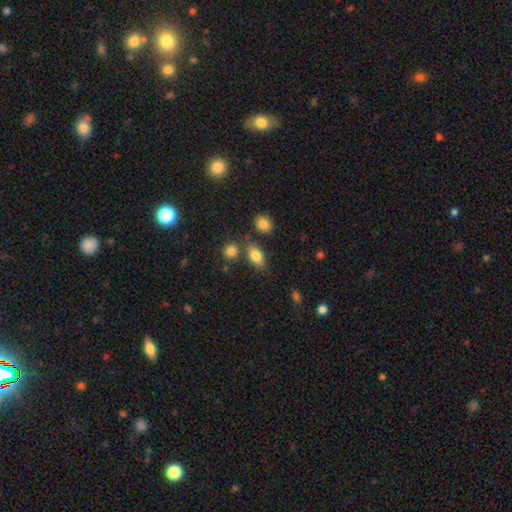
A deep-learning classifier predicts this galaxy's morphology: smooth-or-featured: smooth: 80% | featured or disk: 10% | star or artifact: 9%
  how-rounded: in between: 82% | round: 14% | cigar-shaped: 5%
  merging: none: 69% | minor disturbance: 15% | merger: 12% | major disturbance: 4%